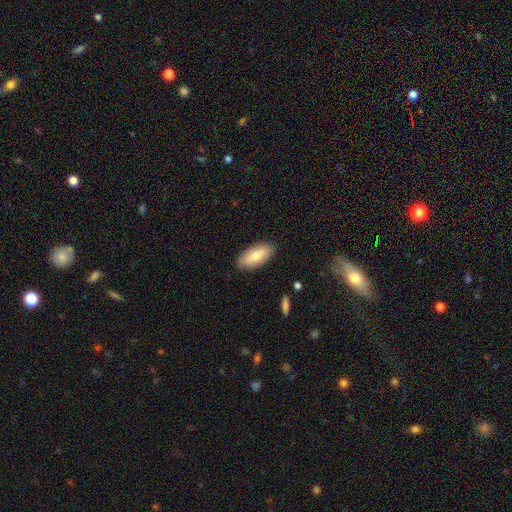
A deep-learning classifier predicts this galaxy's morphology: Smooth or featured? smooth (75%)
How rounded? in between (86%)
Merging? none (87%)